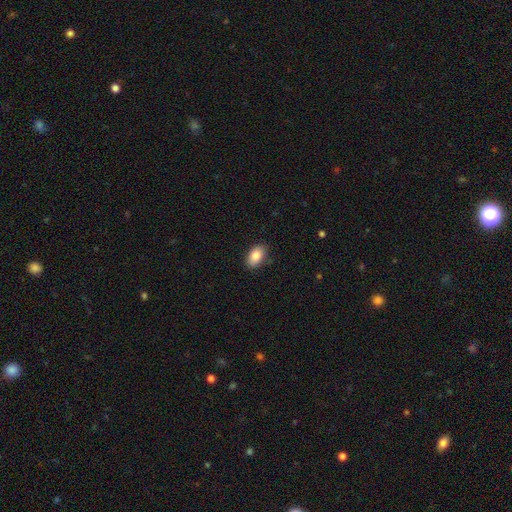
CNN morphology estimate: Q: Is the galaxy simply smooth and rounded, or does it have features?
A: smooth — 86%.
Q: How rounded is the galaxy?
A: in between — 92%.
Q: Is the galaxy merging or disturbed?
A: none — 85%.